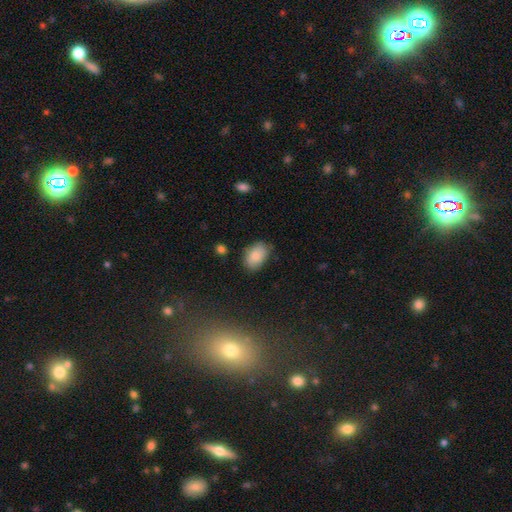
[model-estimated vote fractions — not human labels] Q: Smooth or featured?
A: smooth (82%); runner-up: featured or disk (10%)
Q: How rounded?
A: in between (86%); runner-up: round (13%)
Q: Merging?
A: none (75%); runner-up: minor disturbance (19%)